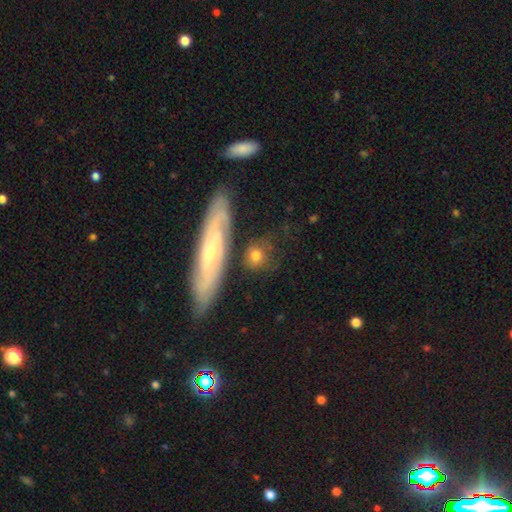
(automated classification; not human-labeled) smooth-or-featured: smooth: 68% | featured or disk: 23% | star or artifact: 8%
  how-rounded: round: 69% | in between: 20% | cigar-shaped: 10%
  merging: none: 68% | minor disturbance: 16% | merger: 9% | major disturbance: 7%